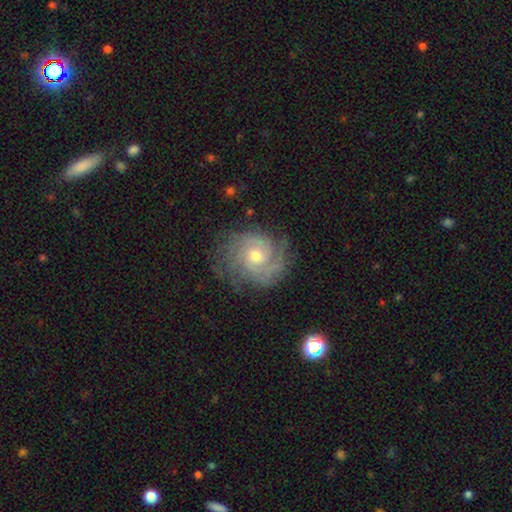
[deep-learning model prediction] Smooth or featured?
  - featured or disk: 86% *
  - smooth: 8%
  - star or artifact: 6%
Edge-on disk?
  - no: 97% *
  - yes: 3%
Bar?
  - no: 73% *
  - weak: 23%
  - strong: 4%
Spiral arms?
  - yes: 96% *
  - no: 4%
Spiral winding?
  - tight: 67% *
  - medium: 27%
  - loose: 6%
Spiral arm count?
  - can't tell: 29% *
  - 2: 25%
  - 3: 24%
  - 4: 10%
  - 1: 6%
  - more than 4: 6%
Bulge size?
  - moderate: 53% *
  - small: 43%
  - large: 2%
  - none: 1%
  - dominant: 1%
Merging?
  - none: 75% *
  - minor disturbance: 17%
  - major disturbance: 7%
  - merger: 1%